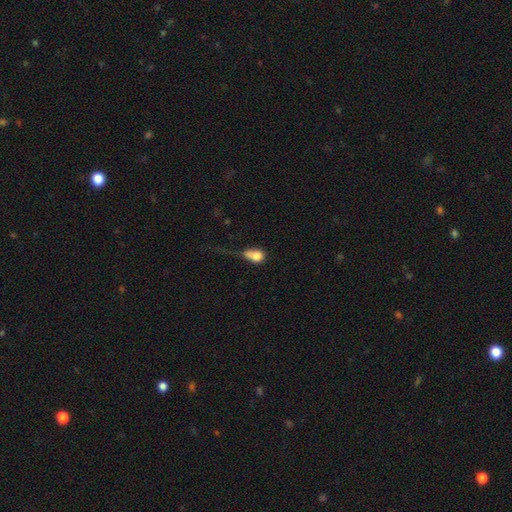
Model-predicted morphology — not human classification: smooth_or_featured: smooth (p=0.75) [alt: featured or disk p=0.15]
how_rounded: in between (p=0.56) [alt: round p=0.40]
merging: major disturbance (p=0.36) [alt: merger p=0.23]